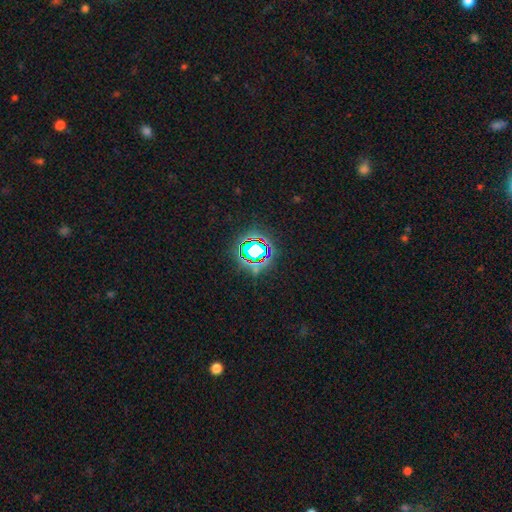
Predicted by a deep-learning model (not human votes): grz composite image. It shows a star or artifact, not a galaxy (68%).